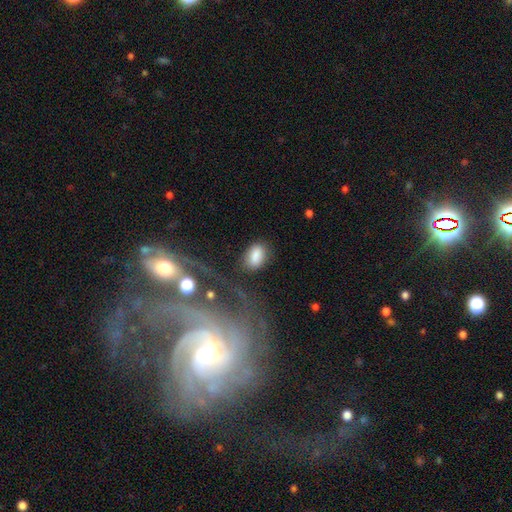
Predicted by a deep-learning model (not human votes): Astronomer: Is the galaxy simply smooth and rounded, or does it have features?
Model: smooth — 84%.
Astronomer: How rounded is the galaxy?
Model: in between — 87%.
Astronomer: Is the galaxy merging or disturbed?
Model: none — 71%.